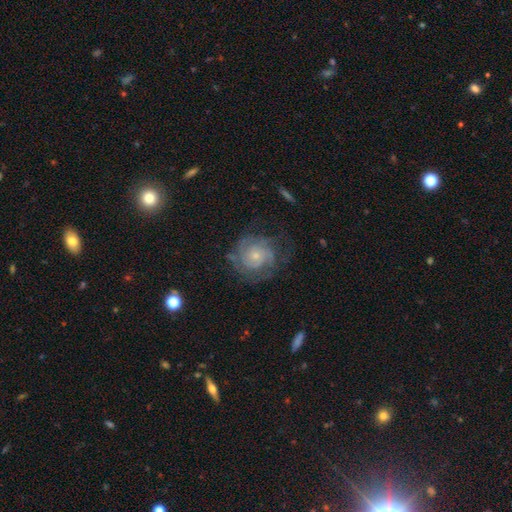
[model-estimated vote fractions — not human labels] smooth_or_featured: featured or disk (p=0.74) [alt: smooth p=0.19]
disk_edge_on: no (p=0.98) [alt: yes p=0.02]
bar: no (p=0.79) [alt: weak p=0.18]
has_spiral_arms: yes (p=0.88) [alt: no p=0.12]
spiral_winding: tight (p=0.63) [alt: medium p=0.28]
spiral_arm_count: can't tell (p=0.42) [alt: 2 p=0.27]
bulge_size: small (p=0.70) [alt: moderate p=0.23]
merging: none (p=0.64) [alt: minor disturbance p=0.19]